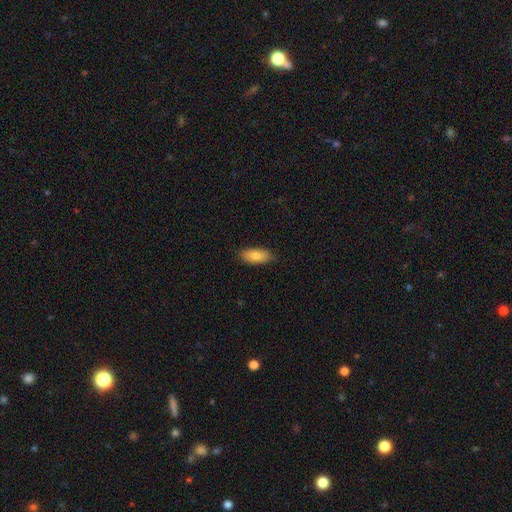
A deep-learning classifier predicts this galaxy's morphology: Smooth or featured? Predicted: smooth (p=0.84). How rounded? Predicted: in between (p=0.82). Merging? Predicted: none (p=0.86).